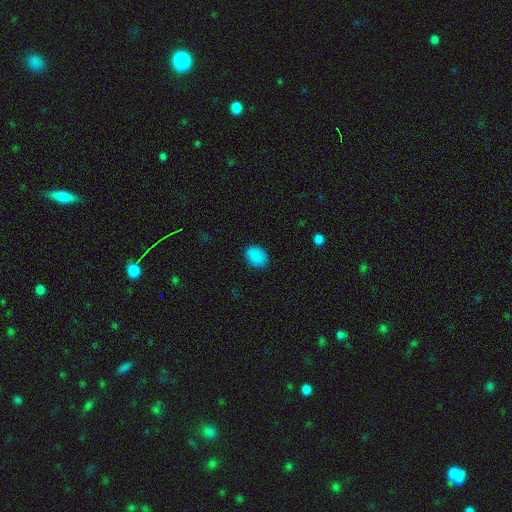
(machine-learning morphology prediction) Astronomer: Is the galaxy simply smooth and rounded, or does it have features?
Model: smooth — 88%.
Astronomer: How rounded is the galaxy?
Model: in between — 63%.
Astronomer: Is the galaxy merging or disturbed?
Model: none — 86%.